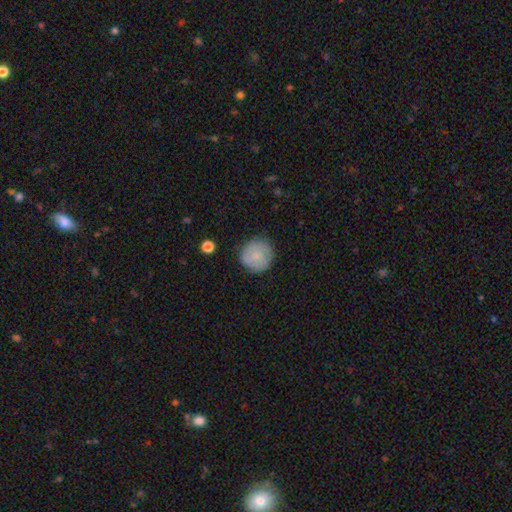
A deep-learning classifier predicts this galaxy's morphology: This is likely a smooth galaxy (70%). How rounded: clearly round (93%). Merging: clearly none (82%).